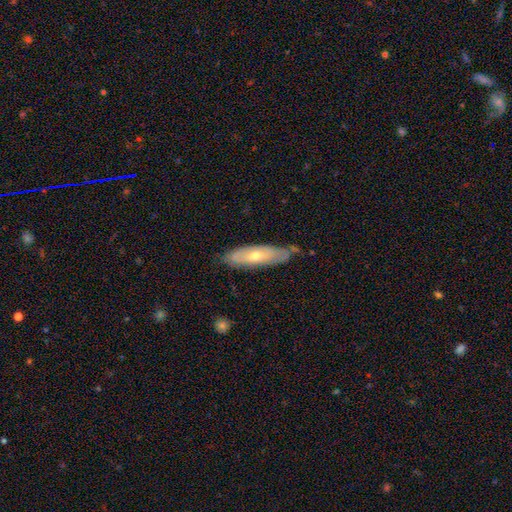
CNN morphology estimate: featured or disk 52%, smooth 42%, star or artifact 7%. Down the decision tree: edge-on disk — no (60%); merging — none (70%).